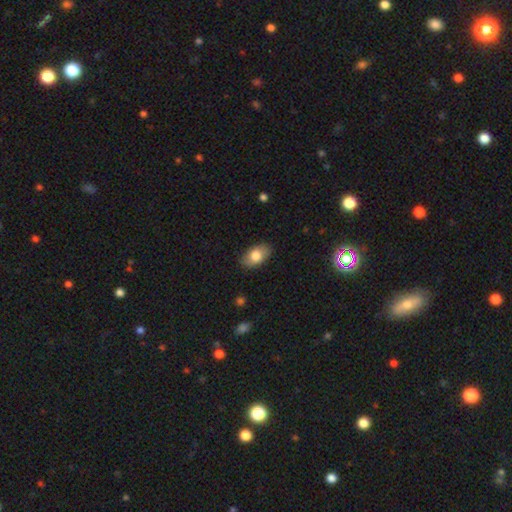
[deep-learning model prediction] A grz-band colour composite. It shows a smooth galaxy with no disk features (79%) that is in between round and cigar-shaped (92%). Merging: none (85%).